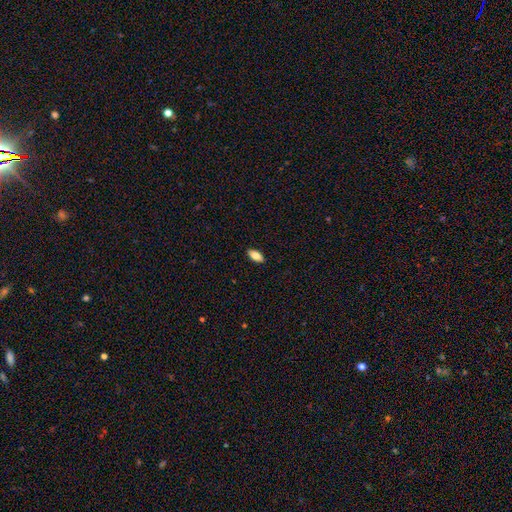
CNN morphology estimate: smooth 82%, featured or disk 11%, star or artifact 7%. Down the decision tree: how rounded — in between (89%); merging — none (90%).